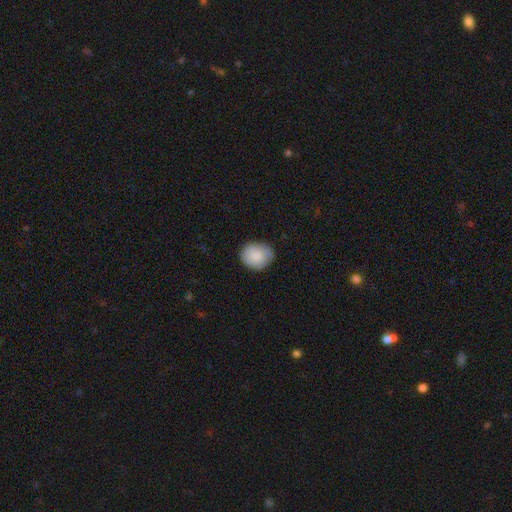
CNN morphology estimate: smooth_or_featured: smooth (p=0.84) [alt: featured or disk p=0.09]
how_rounded: round (p=0.65) [alt: in between p=0.34]
merging: none (p=0.76) [alt: minor disturbance p=0.19]